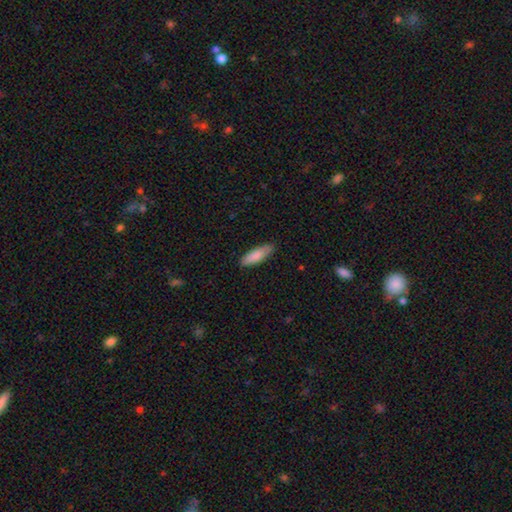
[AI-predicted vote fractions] The model was most divided on "how rounded": in between: 53%, cigar-shaped: 45%, round: 2%. More confident: merging — none (86%); smooth or featured — smooth (84%).